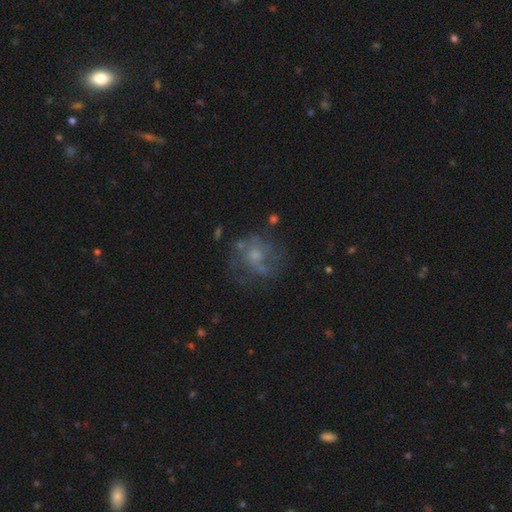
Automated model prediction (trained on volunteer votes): This appears to be a featured or disk galaxy (52%) with no bar (82%), no spiral arms (55%) and a small central bulge (39%). Merging: none (51%).